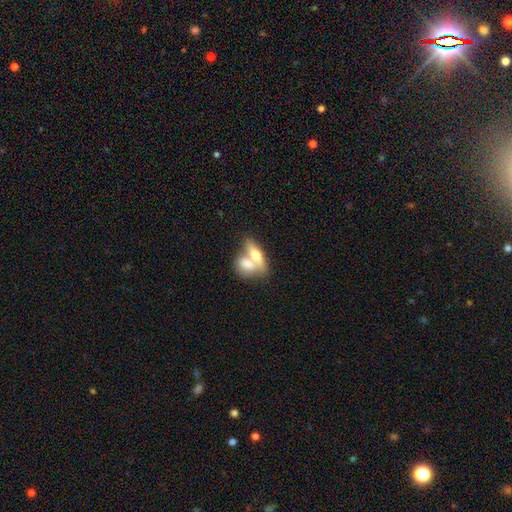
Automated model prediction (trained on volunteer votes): A smooth galaxy with no disk features (62%) that is in between round and cigar-shaped (69%).

Vote fractions:
- Smooth or featured? smooth: 62% / featured or disk: 33% / star or artifact: 5%
- How rounded? in between: 69% / cigar-shaped: 20% / round: 10%
- Merging? merger: 67% / none: 23% / minor disturbance: 6% / major disturbance: 3%